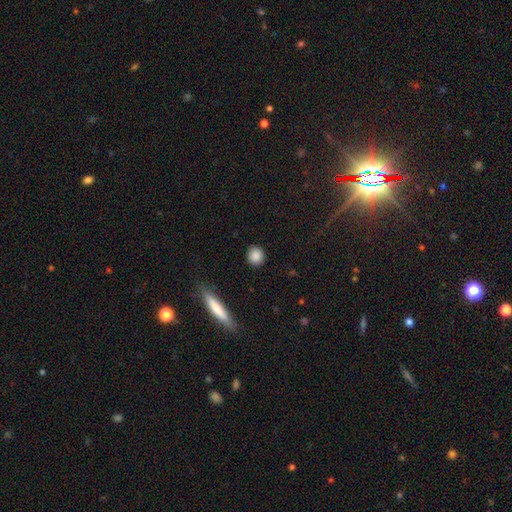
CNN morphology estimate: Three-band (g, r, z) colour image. It shows a smooth galaxy with no disk features (87%) that is round (85%). Merging: none (90%).